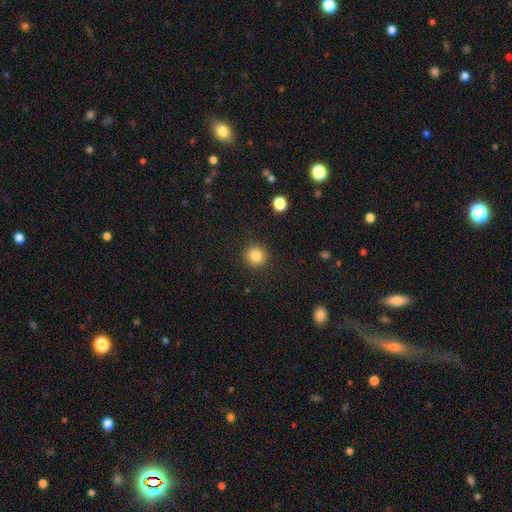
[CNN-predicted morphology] This appears to be a smooth galaxy with no disk features (85%) that is round (94%). Merging: none (91%).